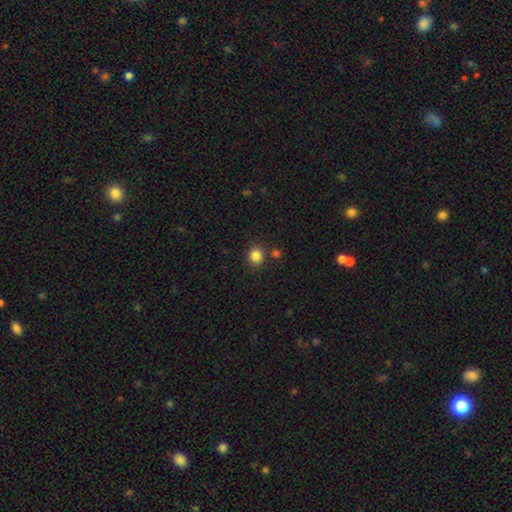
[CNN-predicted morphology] Smooth or featured? Predicted: smooth (p=0.84). How rounded? Predicted: round (p=0.77). Merging? Predicted: none (p=0.81).